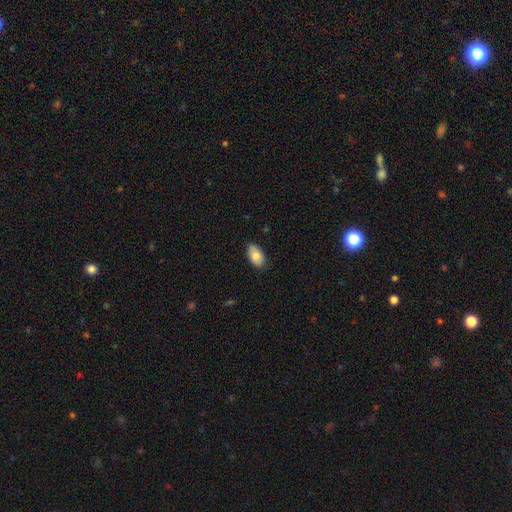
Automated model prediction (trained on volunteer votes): Smooth or featured?
  - smooth: 79% *
  - featured or disk: 15%
  - star or artifact: 7%
How rounded?
  - in between: 94% *
  - round: 4%
  - cigar-shaped: 2%
Merging?
  - none: 84% *
  - minor disturbance: 13%
  - major disturbance: 2%
  - merger: 1%